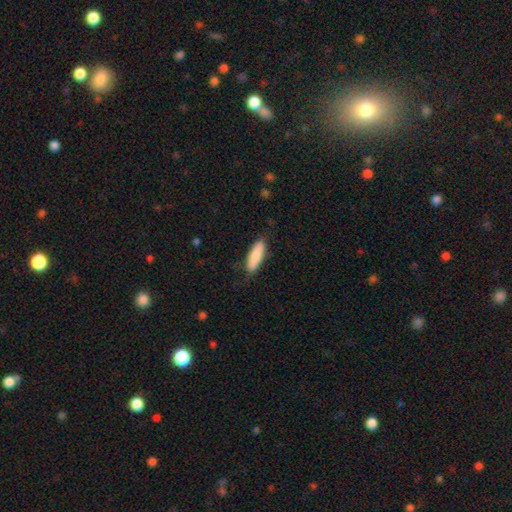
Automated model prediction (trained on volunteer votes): Smooth or featured?
  - smooth: 86% *
  - featured or disk: 8%
  - star or artifact: 5%
How rounded?
  - cigar-shaped: 55% *
  - in between: 44%
  - round: 2%
Merging?
  - none: 83% *
  - minor disturbance: 13%
  - major disturbance: 3%
  - merger: 1%